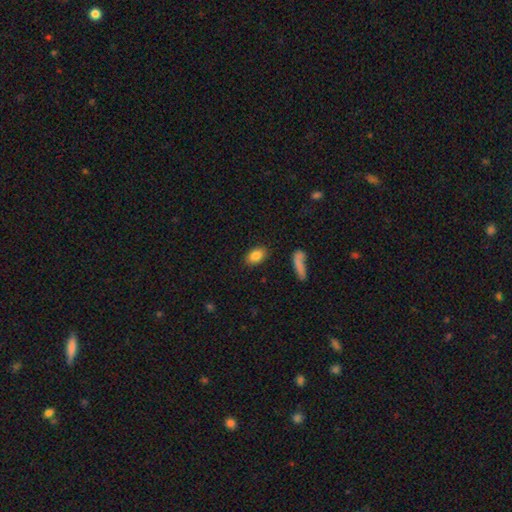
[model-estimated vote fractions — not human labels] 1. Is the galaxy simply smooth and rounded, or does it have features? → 85% smooth, 7% featured or disk, 7% star or artifact.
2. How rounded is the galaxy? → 88% in between, 9% round, 3% cigar-shaped.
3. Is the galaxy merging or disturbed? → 86% none, 9% minor disturbance, 3% major disturbance, 2% merger.